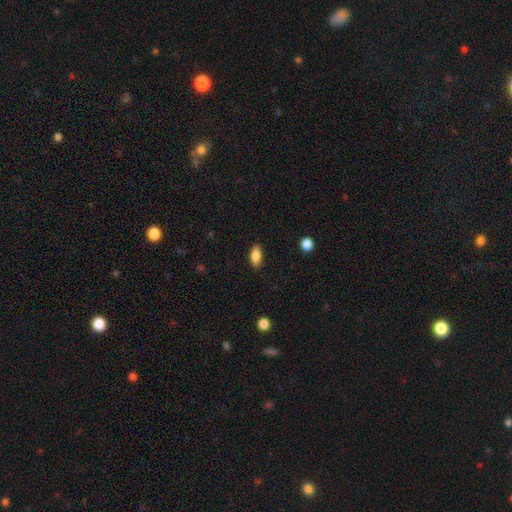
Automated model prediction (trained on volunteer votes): A smooth galaxy with no disk features (83%) that is in between round and cigar-shaped (83%).

Vote fractions:
- Smooth or featured? smooth: 83% / featured or disk: 9% / star or artifact: 7%
- How rounded? in between: 83% / cigar-shaped: 14% / round: 3%
- Merging? none: 87% / minor disturbance: 10% / major disturbance: 2% / merger: 1%